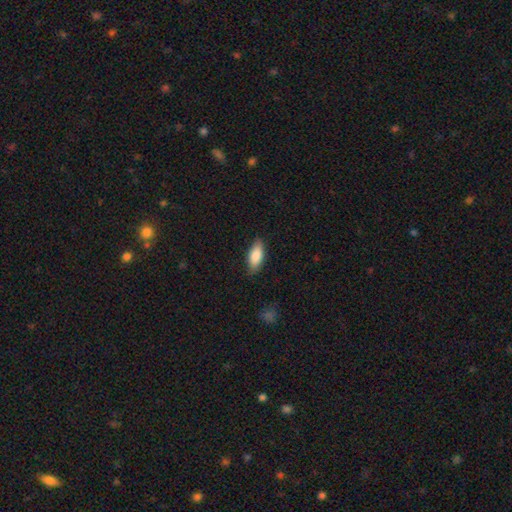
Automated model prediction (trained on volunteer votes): smooth_or_featured: smooth (p=0.83) [alt: featured or disk p=0.11]
how_rounded: in between (p=0.79) [alt: cigar-shaped p=0.18]
merging: none (p=0.84) [alt: minor disturbance p=0.13]